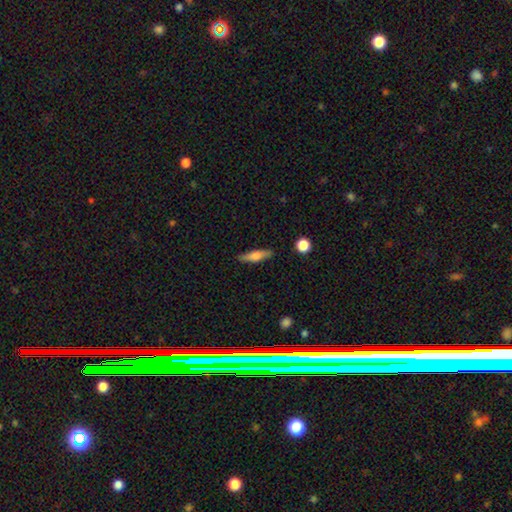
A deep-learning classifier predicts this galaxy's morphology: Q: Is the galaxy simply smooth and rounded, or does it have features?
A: smooth — 56%.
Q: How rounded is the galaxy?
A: cigar-shaped — 73%.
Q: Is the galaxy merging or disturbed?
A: none — 87%.